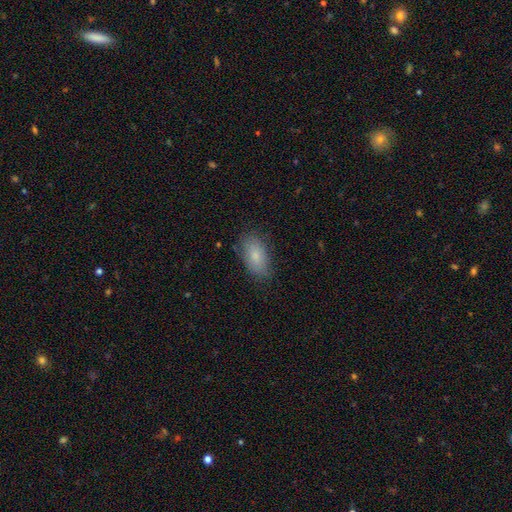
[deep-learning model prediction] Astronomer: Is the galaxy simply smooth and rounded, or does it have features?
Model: smooth — 80%.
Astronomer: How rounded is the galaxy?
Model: in between — 92%.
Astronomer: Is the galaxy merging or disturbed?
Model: none — 78%.